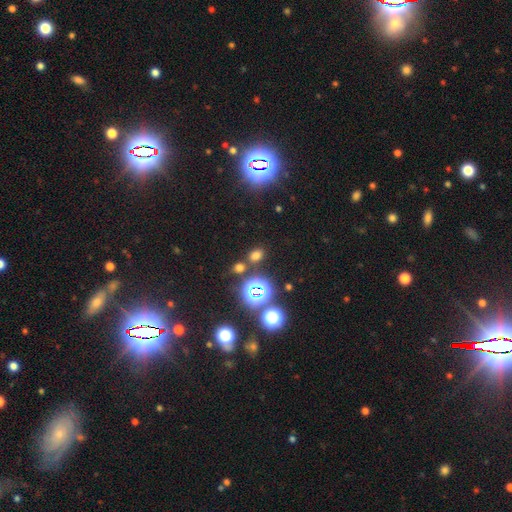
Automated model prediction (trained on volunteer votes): Smooth or featured?
  - smooth: 59% *
  - star or artifact: 35%
  - featured or disk: 6%
How rounded?
  - in between: 60% *
  - round: 38%
  - cigar-shaped: 2%
Merging?
  - none: 78% *
  - minor disturbance: 10%
  - merger: 9%
  - major disturbance: 4%